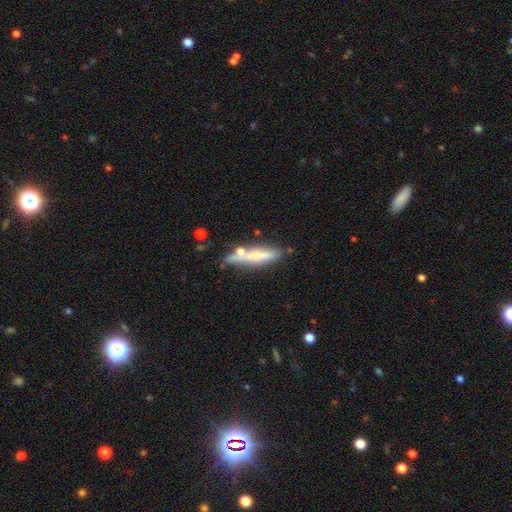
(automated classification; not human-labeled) A smooth galaxy with no disk features (50%) that is cigar-shaped (83%). Merging: none (62%).